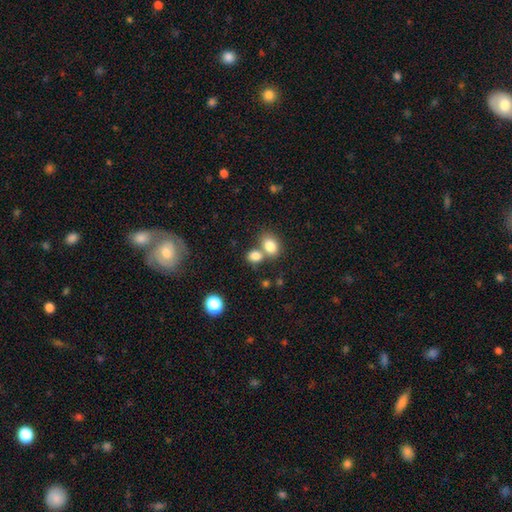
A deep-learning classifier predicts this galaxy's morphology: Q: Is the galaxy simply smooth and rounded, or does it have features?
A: smooth — 81%.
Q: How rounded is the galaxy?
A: in between — 61%.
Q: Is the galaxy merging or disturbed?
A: merger — 44%.